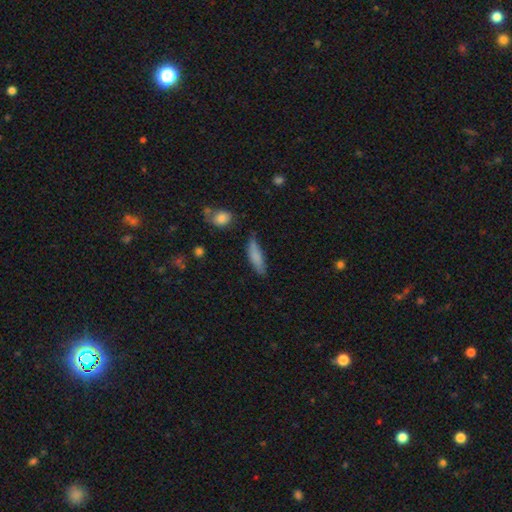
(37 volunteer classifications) Overall: smooth (84%). How rounded: cigar-shaped (58%; in between 35%). Merging: none (65%; minor disturbance 26%).